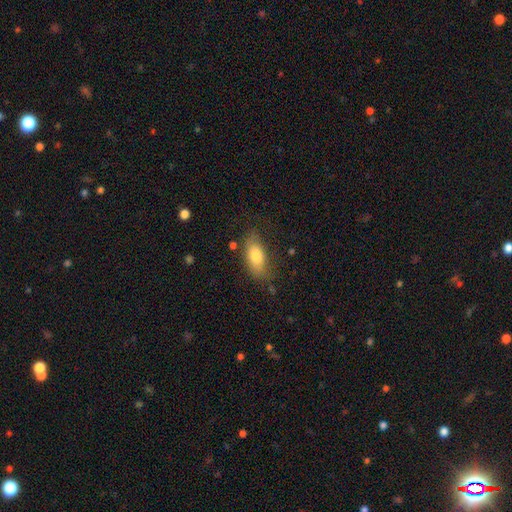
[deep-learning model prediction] smooth_or_featured: smooth (p=0.78) [alt: featured or disk p=0.15]
how_rounded: in between (p=0.85) [alt: cigar-shaped p=0.11]
merging: none (p=0.74) [alt: minor disturbance p=0.19]